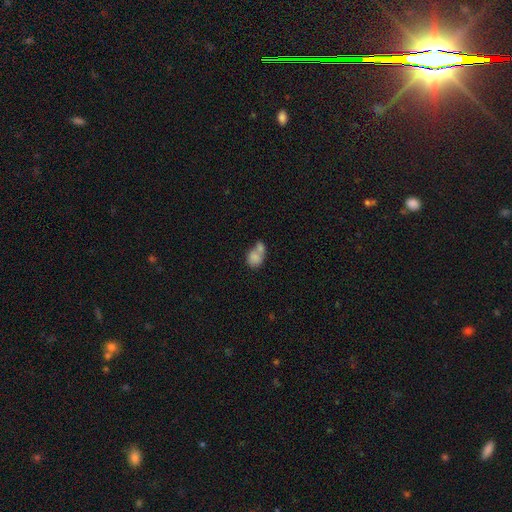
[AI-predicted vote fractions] A smooth galaxy with no disk features (78%) that is round (50%).

Vote fractions:
- Smooth or featured? smooth: 78% / featured or disk: 13% / star or artifact: 9%
- How rounded? round: 50% / in between: 49% / cigar-shaped: 1%
- Merging? merger: 63% / none: 23% / minor disturbance: 9% / major disturbance: 5%